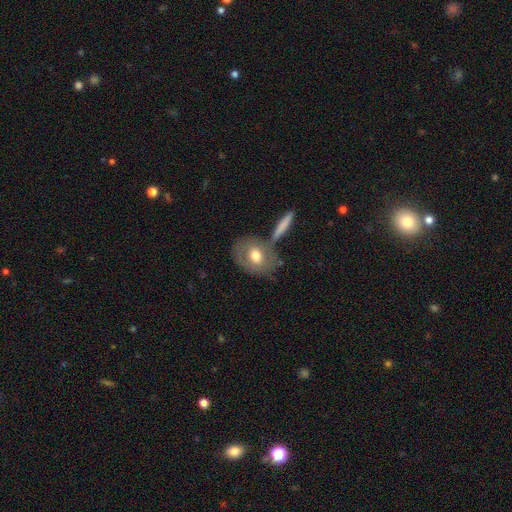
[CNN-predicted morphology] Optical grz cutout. It shows a smooth galaxy with no disk features (58%) that is in between round and cigar-shaped (59%). Merging: none (58%).